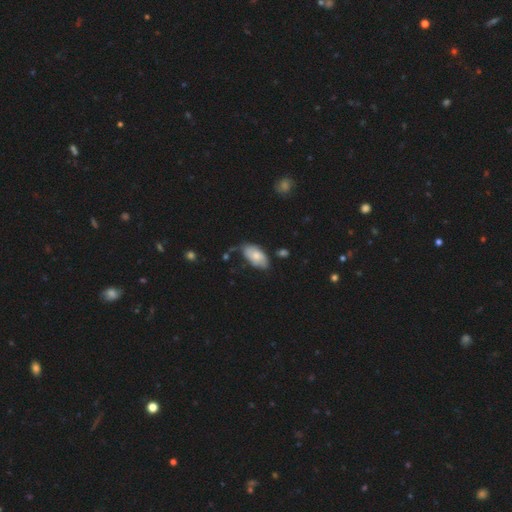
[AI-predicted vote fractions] The model was most divided on "merging": none: 52%, minor disturbance: 34%, major disturbance: 9%, merger: 5%. More confident: how rounded — in between (94%); smooth or featured — smooth (67%).